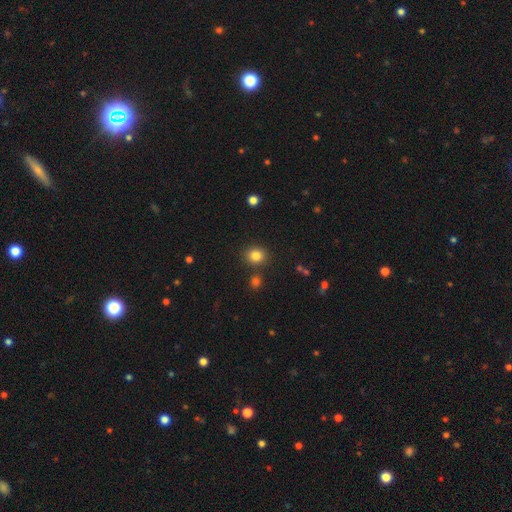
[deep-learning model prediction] Q: Smooth or featured?
A: smooth (83%); runner-up: star or artifact (12%)
Q: How rounded?
A: round (75%); runner-up: in between (24%)
Q: Merging?
A: none (84%); runner-up: minor disturbance (8%)